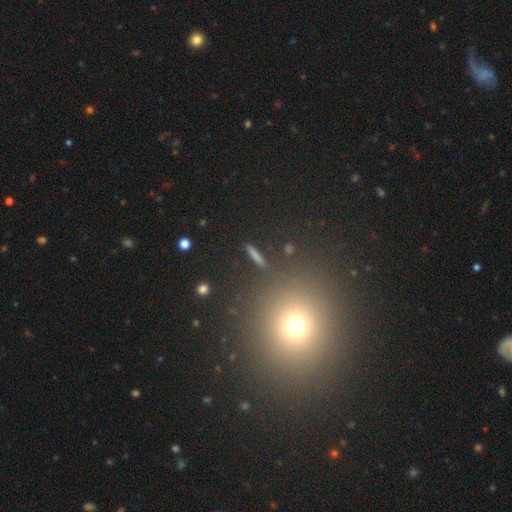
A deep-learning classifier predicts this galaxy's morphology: A smooth galaxy with no disk features (56%) that is cigar-shaped (70%). Merging: none (88%).